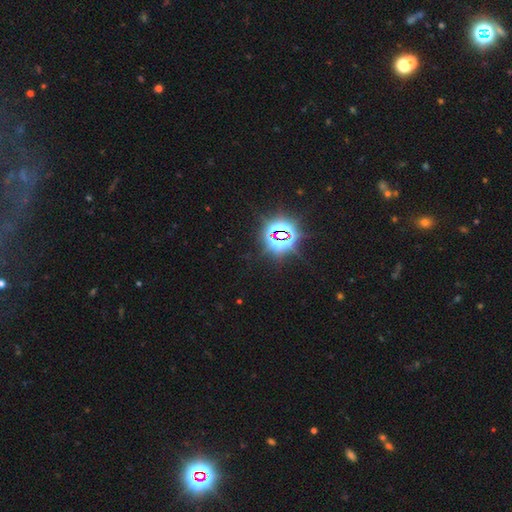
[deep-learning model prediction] Smooth or featured? star or artifact (83%)